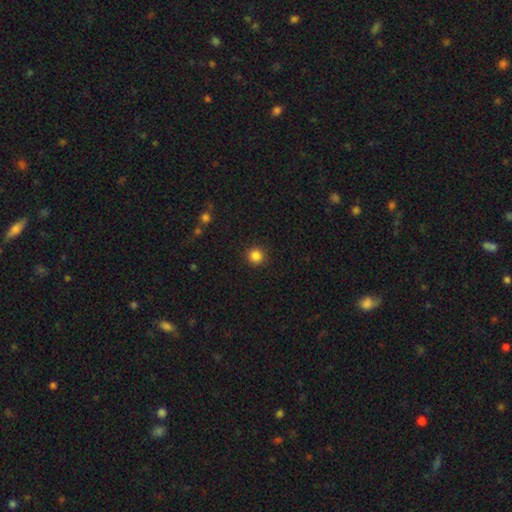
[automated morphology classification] The model was most divided on "smooth or featured": smooth: 85%, star or artifact: 12%, featured or disk: 3%. More confident: how rounded — round (95%); merging — none (92%).